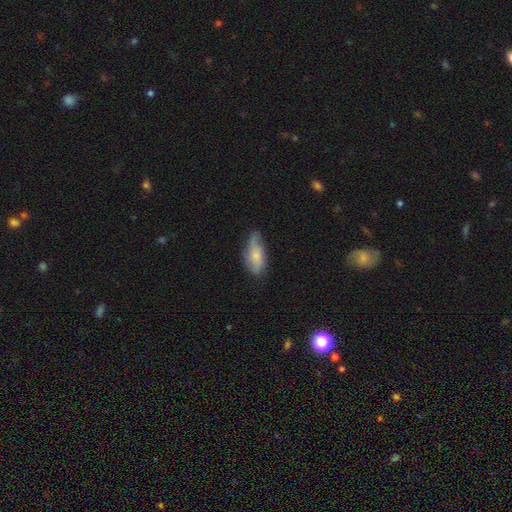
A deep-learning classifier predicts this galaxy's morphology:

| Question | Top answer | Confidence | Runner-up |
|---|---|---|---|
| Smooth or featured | smooth | 65% | featured or disk (28%) |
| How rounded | in between | 81% | cigar-shaped (17%) |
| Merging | none | 55% | minor disturbance (34%) |